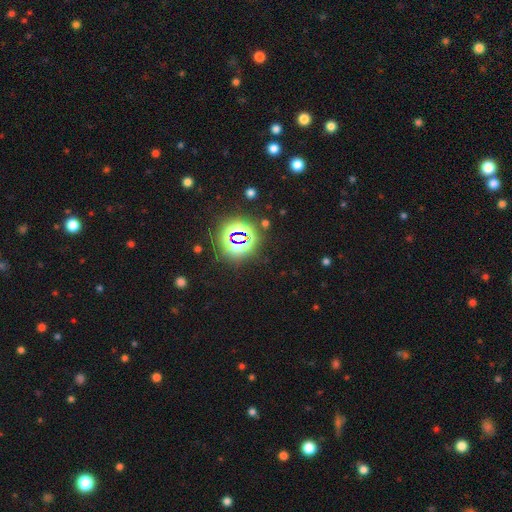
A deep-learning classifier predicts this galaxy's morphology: Smooth or featured? star or artifact (83%)